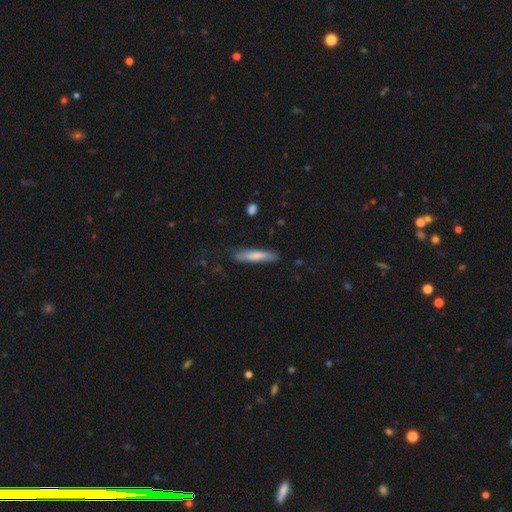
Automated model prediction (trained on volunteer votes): A smooth galaxy with no disk features (71%) that is cigar-shaped (90%).

Vote fractions:
- Smooth or featured? smooth: 71% / featured or disk: 24% / star or artifact: 5%
- How rounded? cigar-shaped: 90% / in between: 9% / round: 1%
- Merging? none: 84% / minor disturbance: 12% / major disturbance: 2% / merger: 2%